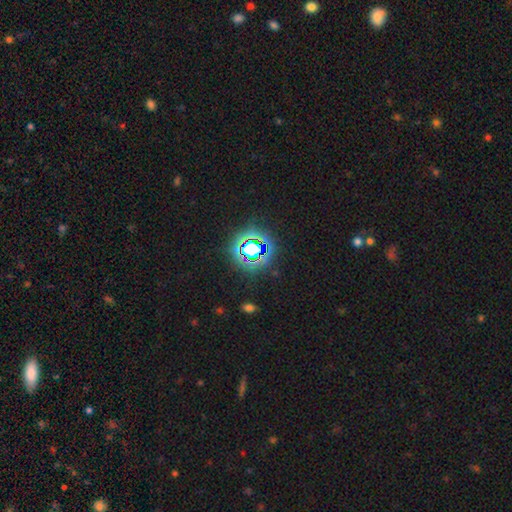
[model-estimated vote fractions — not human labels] Q: Smooth or featured?
A: star or artifact (80%); runner-up: smooth (13%)